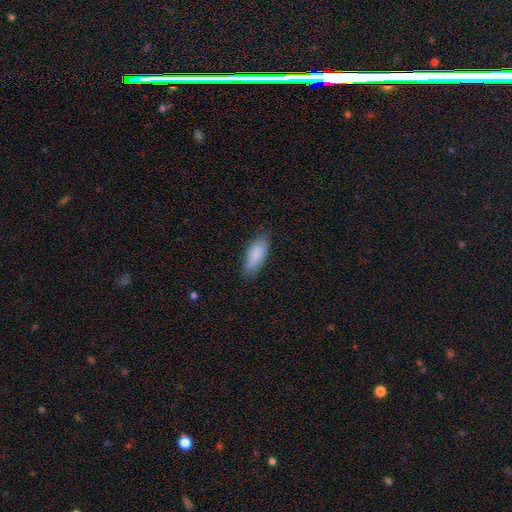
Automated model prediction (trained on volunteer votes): This is clearly a smooth galaxy (85%). How rounded: clearly in between (81%). Merging: likely none (72%).